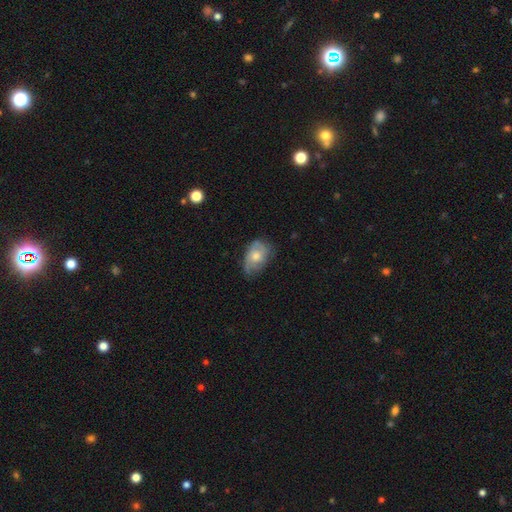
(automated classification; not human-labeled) Overall: featured or disk (52%; smooth 40%). Edge-on disk: no (95%). Merging: none (59%; minor disturbance 29%).